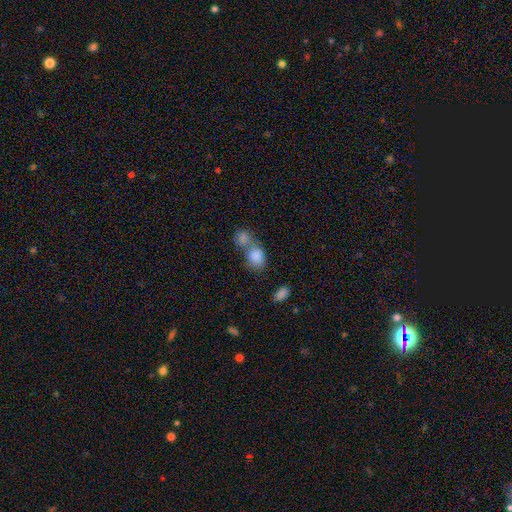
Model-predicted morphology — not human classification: A smooth galaxy with no disk features (84%) that is in between round and cigar-shaped (57%).

Vote fractions:
- Smooth or featured? smooth: 84% / star or artifact: 8% / featured or disk: 7%
- How rounded? in between: 57% / round: 41% / cigar-shaped: 2%
- Merging? merger: 58% / none: 30% / minor disturbance: 8% / major disturbance: 4%